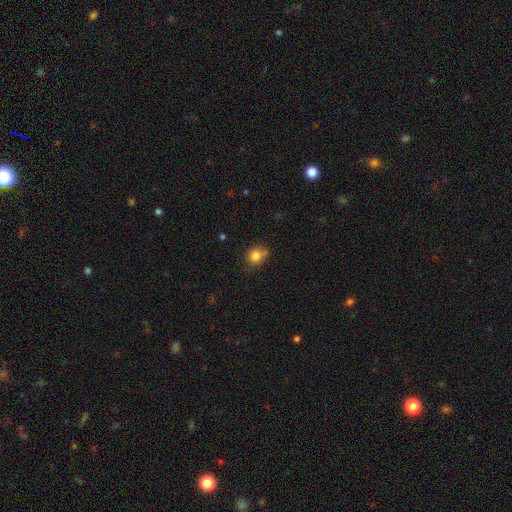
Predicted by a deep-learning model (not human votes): Smooth or featured: smooth — 82% (star or artifact — 11%)
How rounded: round — 78% (in between — 21%)
Merging: none — 64% (minor disturbance — 22%)